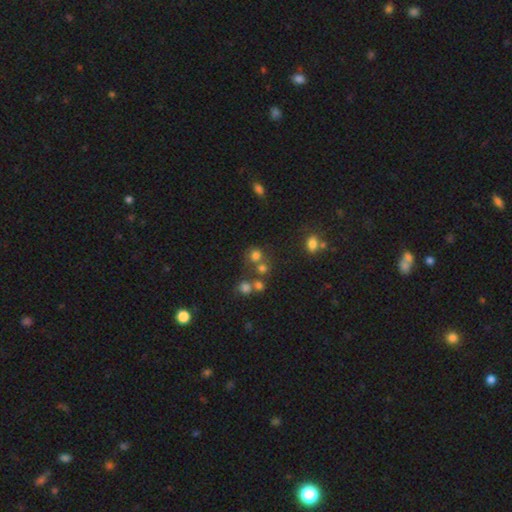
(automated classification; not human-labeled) The model was most divided on "merging": none: 55%, merger: 29%, minor disturbance: 10%, major disturbance: 5%. More confident: how rounded — round (84%); smooth or featured — smooth (69%).